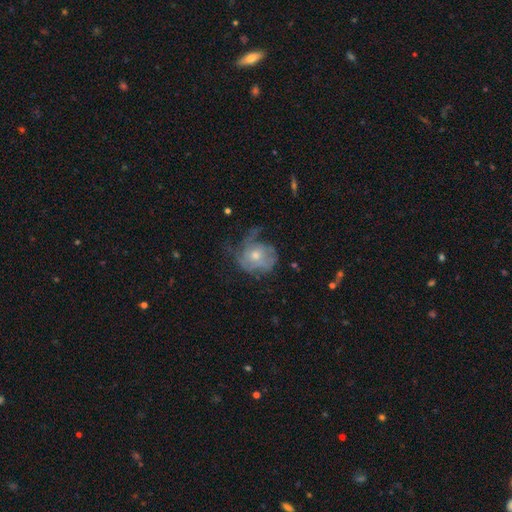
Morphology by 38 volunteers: A featured or disk galaxy (66%) with no bar (68%), 1 (45%) tight (45%) spiral arms (80%) and a moderate central bulge (48%, tied with small).

Vote fractions:
- Smooth or featured? featured or disk: 66% / smooth: 26% / star or artifact: 8%
- Edge-on disk? no: 100% / yes: 0%
- Bar? no: 68% / weak: 20% / strong: 12%
- Spiral arms? yes: 80% / no: 20%
- Spiral winding? tight: 45% / loose: 35% / medium: 20%
- Spiral arm count? 1: 45% / can't tell: 35% / 2: 15% / 3: 5% / 4: 0% / more than 4: 0%
- Bulge size? moderate: 48% (tied) / small: 48% (tied) / large: 4% / dominant: 0% / none: 0%
- Merging? none: 49% / major disturbance: 29% / minor disturbance: 20% / merger: 3%